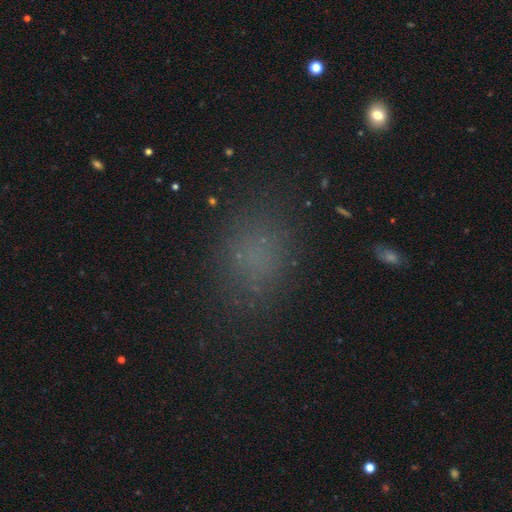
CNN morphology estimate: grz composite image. It shows a smooth galaxy with no disk features (68%) that is in between round and cigar-shaped (60%). Merging: none (75%).